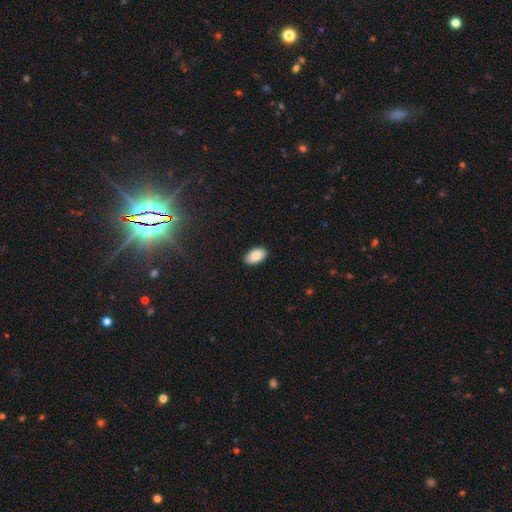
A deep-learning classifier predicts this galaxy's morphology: The model was most divided on "smooth or featured": smooth: 85%, featured or disk: 8%, star or artifact: 7%. More confident: how rounded — in between (95%); merging — none (89%).